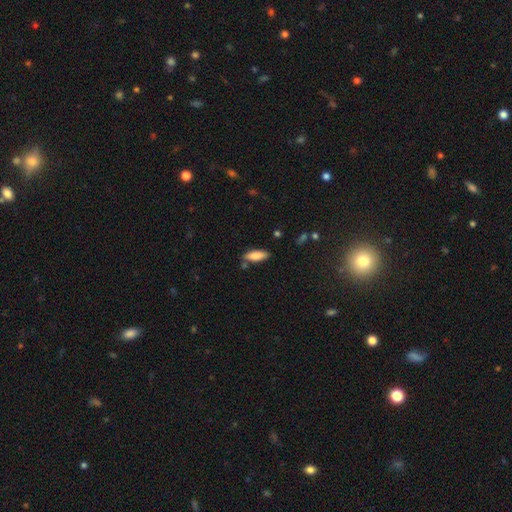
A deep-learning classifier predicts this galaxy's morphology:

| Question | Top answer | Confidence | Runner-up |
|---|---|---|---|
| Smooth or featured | smooth | 84% | featured or disk (10%) |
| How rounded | in between | 61% | cigar-shaped (38%) |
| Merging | none | 79% | minor disturbance (14%) |